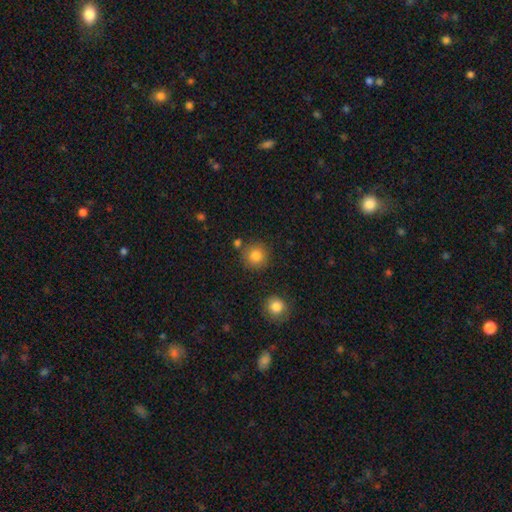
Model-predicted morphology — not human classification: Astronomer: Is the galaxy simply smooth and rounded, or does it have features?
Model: smooth — 84%.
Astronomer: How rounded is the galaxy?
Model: round — 93%.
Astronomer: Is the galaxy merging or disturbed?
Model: none — 83%.